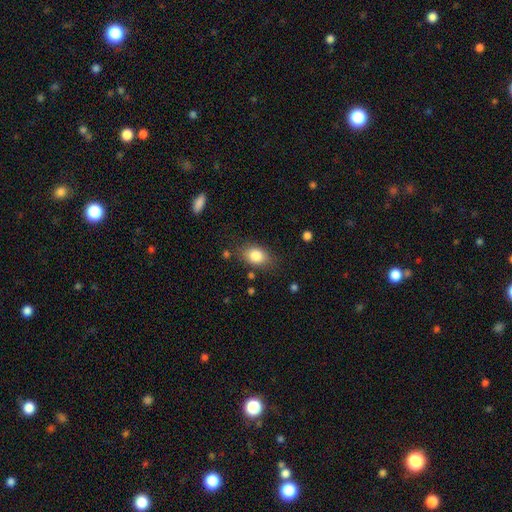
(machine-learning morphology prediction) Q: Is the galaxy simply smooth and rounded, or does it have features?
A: smooth — 83%.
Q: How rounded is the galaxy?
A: in between — 79%.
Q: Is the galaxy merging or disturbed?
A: none — 78%.